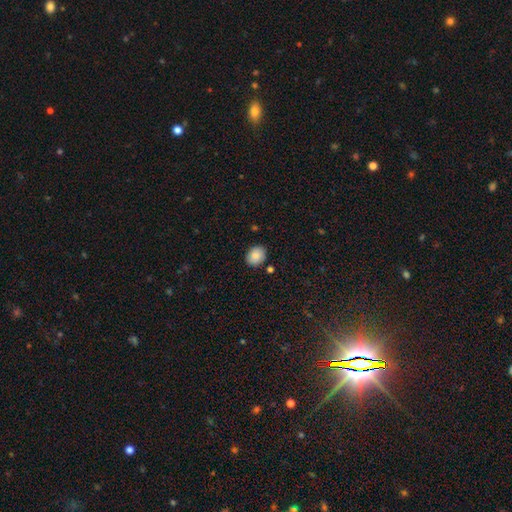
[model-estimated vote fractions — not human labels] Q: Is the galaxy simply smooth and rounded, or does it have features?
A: smooth — 87%.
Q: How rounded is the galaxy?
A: round — 53%.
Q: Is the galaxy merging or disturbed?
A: none — 86%.